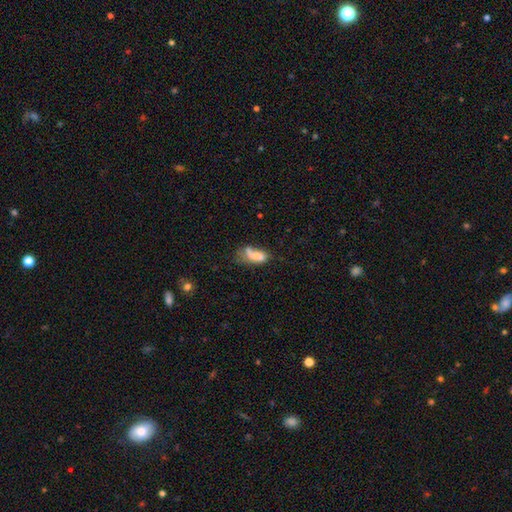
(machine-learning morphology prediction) Overall: smooth (68%). How rounded: in between (79%). Merging: merger (27%, tied with major disturbance).